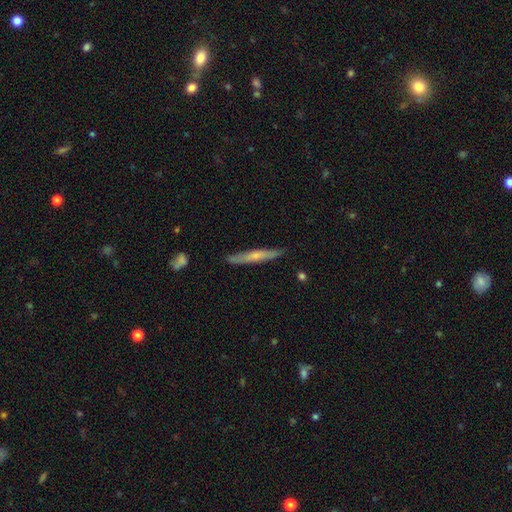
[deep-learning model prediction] This is possibly a featured or disk galaxy (48%). Merging: clearly none (85%).